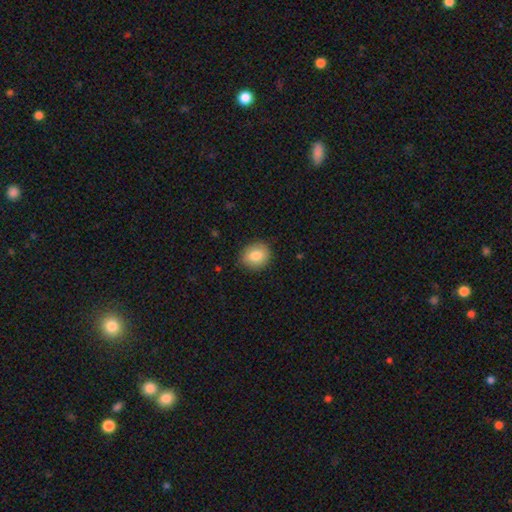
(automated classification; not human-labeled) Overall: smooth (81%). How rounded: round (71%). Merging: none (86%).